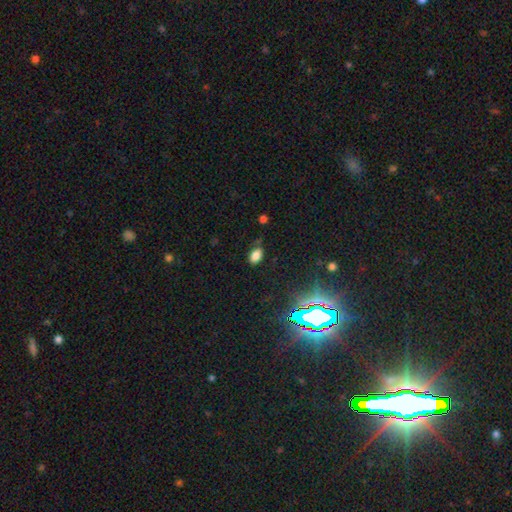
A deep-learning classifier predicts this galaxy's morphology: Overall: smooth (77%). How rounded: in between (90%). Merging: none (71%).